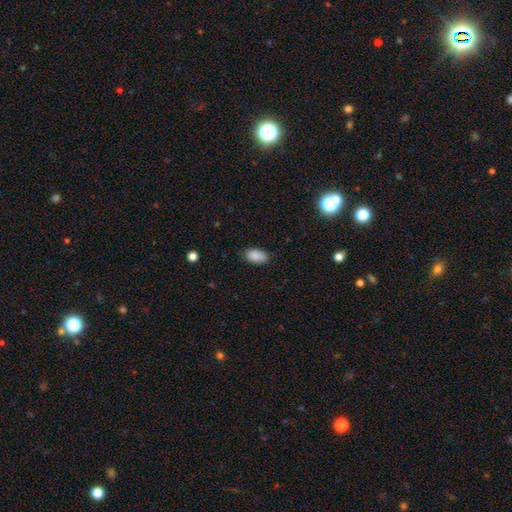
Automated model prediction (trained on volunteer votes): Morphology: type=smooth (88%); roundness=in between (93%); merging=none (81%).